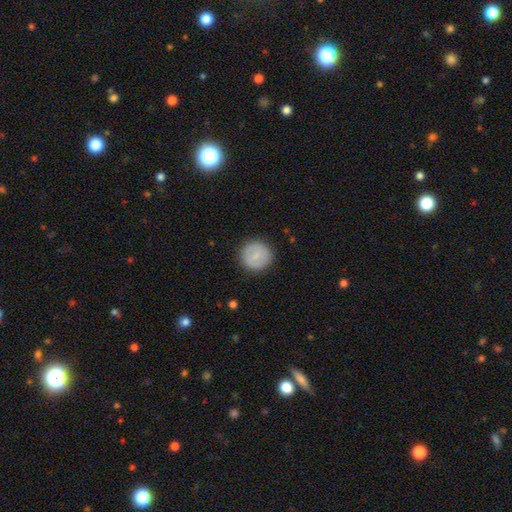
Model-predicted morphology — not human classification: A smooth galaxy with no disk features (74%) that is round (94%). Merging: none (89%).